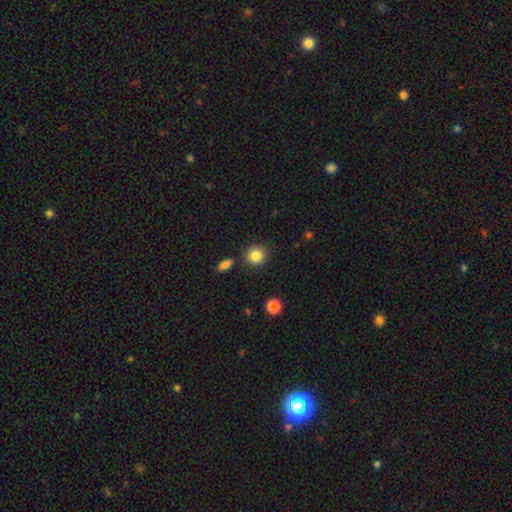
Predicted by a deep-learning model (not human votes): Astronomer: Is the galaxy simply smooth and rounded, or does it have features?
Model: smooth — 86%.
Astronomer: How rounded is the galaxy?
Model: round — 89%.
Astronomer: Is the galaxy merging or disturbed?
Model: none — 86%.